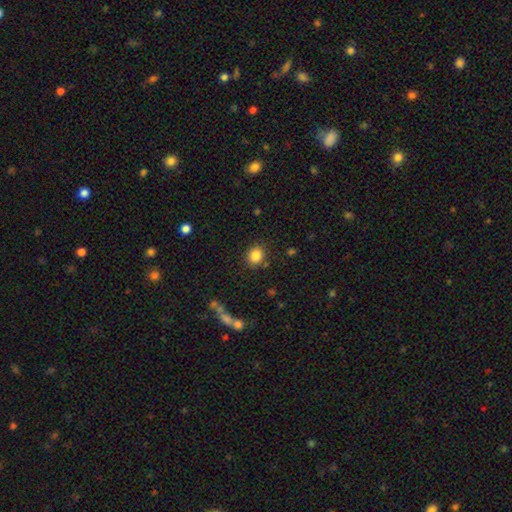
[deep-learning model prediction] The model was most divided on "how rounded": round: 75%, in between: 24%, cigar-shaped: 1%. More confident: smooth or featured — smooth (85%); merging — none (84%).